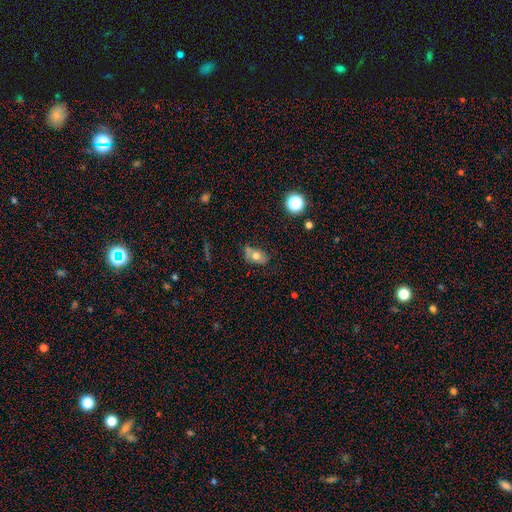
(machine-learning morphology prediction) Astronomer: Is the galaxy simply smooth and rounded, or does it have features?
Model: smooth — 66%.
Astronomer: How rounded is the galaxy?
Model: in between — 81%.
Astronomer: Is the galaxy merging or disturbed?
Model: none — 52% (runner-up: minor disturbance, 28%).